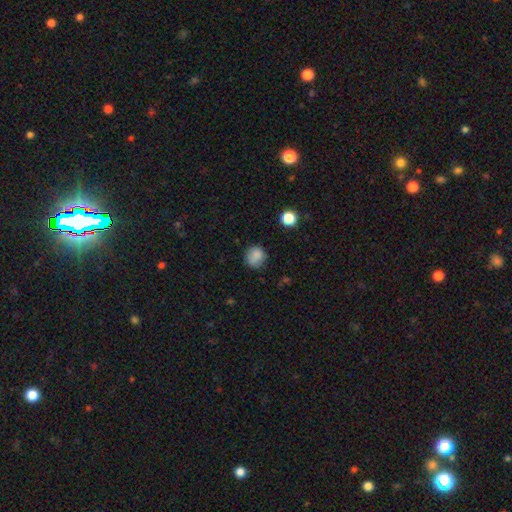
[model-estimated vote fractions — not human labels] The model was most divided on "merging": none: 77%, minor disturbance: 16%, major disturbance: 4%, merger: 2%. More confident: how rounded — round (86%); smooth or featured — smooth (84%).